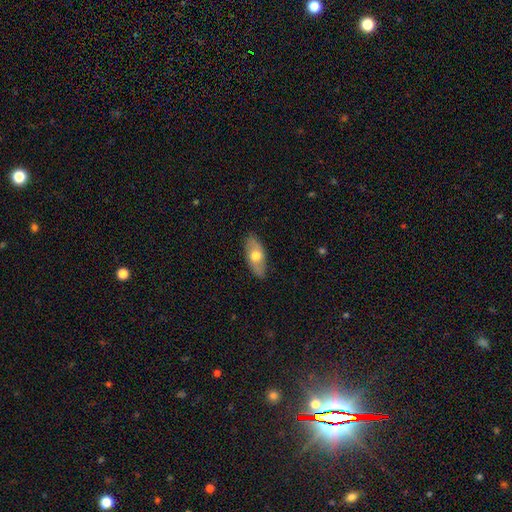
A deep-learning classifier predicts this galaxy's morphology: smooth 61%, featured or disk 34%, star or artifact 6%. Down the decision tree: how rounded — in between (87%); merging — none (84%).